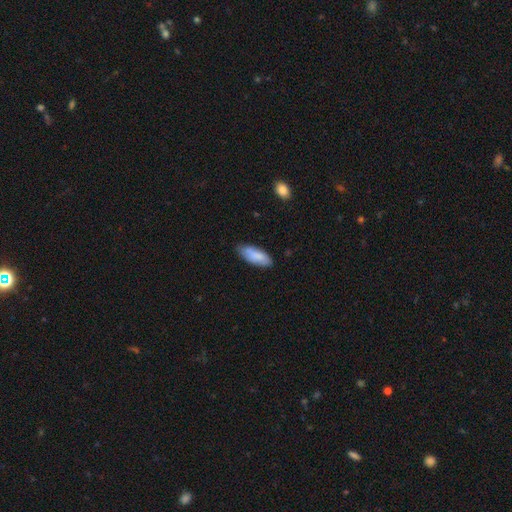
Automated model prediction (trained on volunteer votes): This is clearly a smooth galaxy (83%). How rounded: likely in between (75%). Merging: likely none (73%).